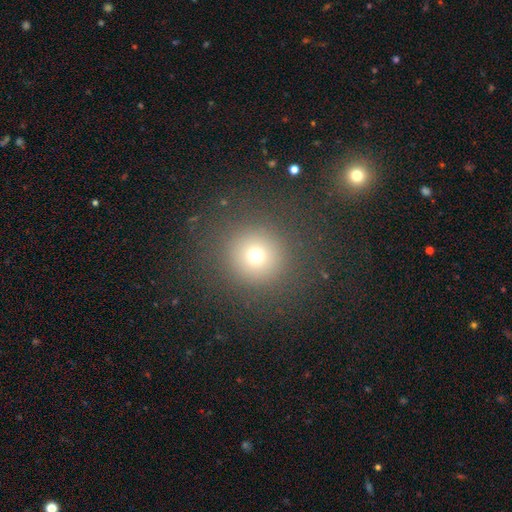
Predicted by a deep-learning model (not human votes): The model was most divided on "smooth or featured": smooth: 70%, star or artifact: 20%, featured or disk: 10%. More confident: how rounded — round (93%); merging — none (87%).